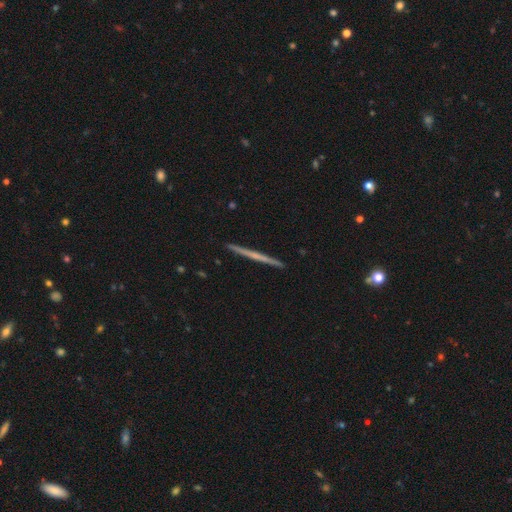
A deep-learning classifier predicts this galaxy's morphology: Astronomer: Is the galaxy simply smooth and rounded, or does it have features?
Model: featured or disk — 63%.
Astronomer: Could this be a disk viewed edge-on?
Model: yes — 98%.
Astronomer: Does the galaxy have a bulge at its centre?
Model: none — 76%.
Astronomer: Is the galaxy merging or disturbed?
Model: none — 93%.